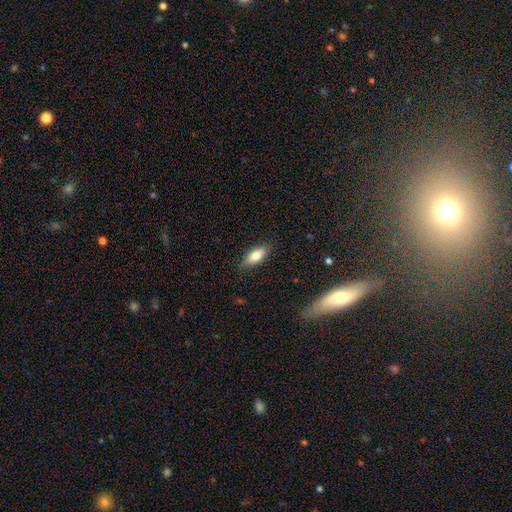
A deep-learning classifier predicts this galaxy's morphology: A smooth galaxy with no disk features (75%) that is in between round and cigar-shaped (73%).

Vote fractions:
- Smooth or featured? smooth: 75% / featured or disk: 18% / star or artifact: 7%
- How rounded? in between: 73% / cigar-shaped: 25% / round: 3%
- Merging? none: 83% / minor disturbance: 13% / major disturbance: 3% / merger: 1%